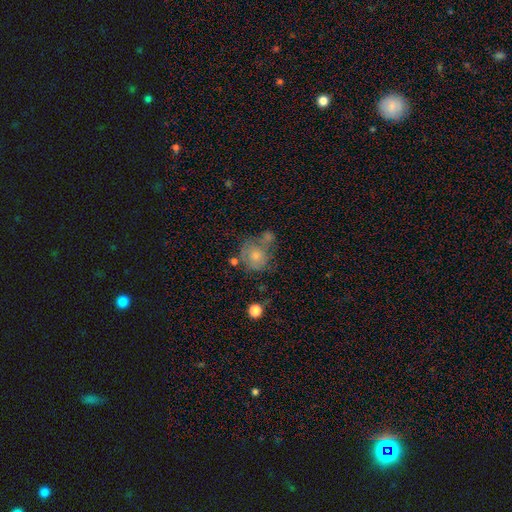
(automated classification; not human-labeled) Smooth or featured: smooth — 64% (featured or disk — 28%)
How rounded: round — 78% (in between — 21%)
Merging: none — 38% (merger — 29%)